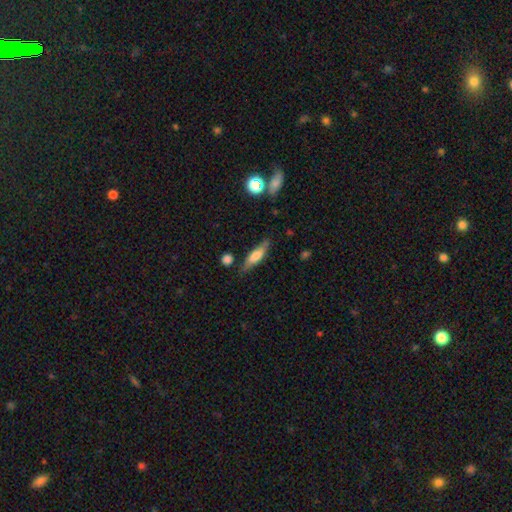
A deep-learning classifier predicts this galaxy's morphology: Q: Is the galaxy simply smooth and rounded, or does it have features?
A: smooth — 55%.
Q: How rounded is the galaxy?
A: cigar-shaped — 66%.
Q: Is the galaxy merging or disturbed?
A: none — 77%.